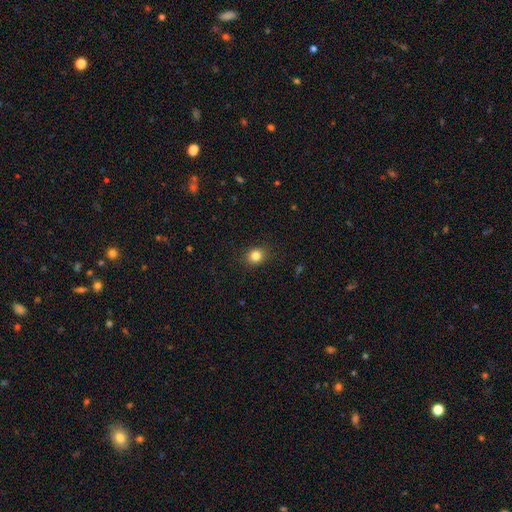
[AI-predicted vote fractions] Smooth or featured? Predicted: smooth (p=0.83). How rounded? Predicted: round (p=0.68). Merging? Predicted: none (p=0.88).